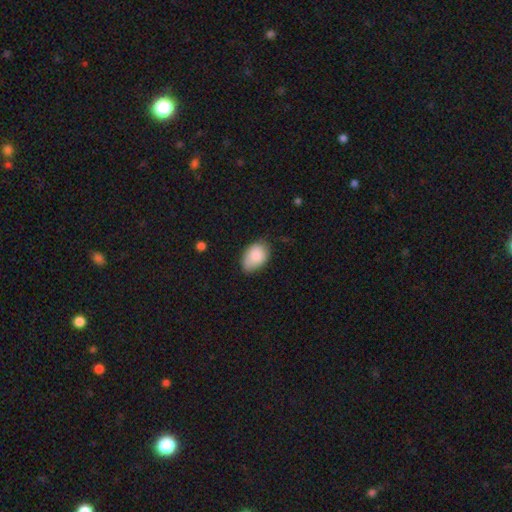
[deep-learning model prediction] A smooth galaxy with no disk features (85%) that is in between round and cigar-shaped (87%).

Vote fractions:
- Smooth or featured? smooth: 85% / featured or disk: 8% / star or artifact: 7%
- How rounded? in between: 87% / round: 12% / cigar-shaped: 1%
- Merging? none: 64% / minor disturbance: 29% / major disturbance: 5% / merger: 2%